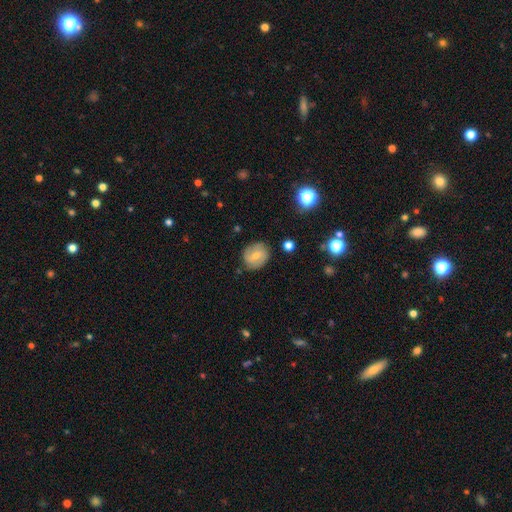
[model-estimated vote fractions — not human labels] Smooth or featured? featured or disk (50%)
Merging? none (82%)